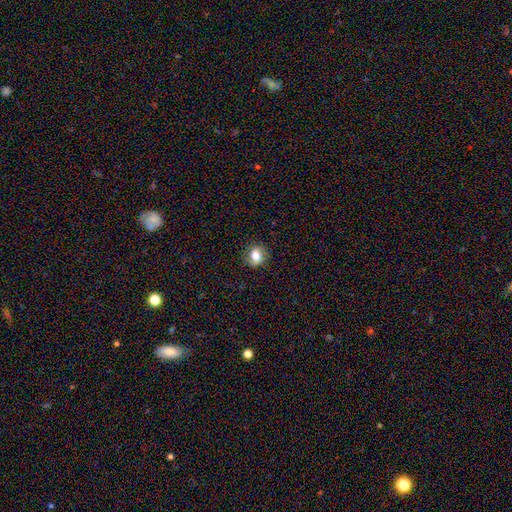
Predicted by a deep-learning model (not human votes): Morphology: type=smooth (70%); roundness=round (52%); merging=none (83%).